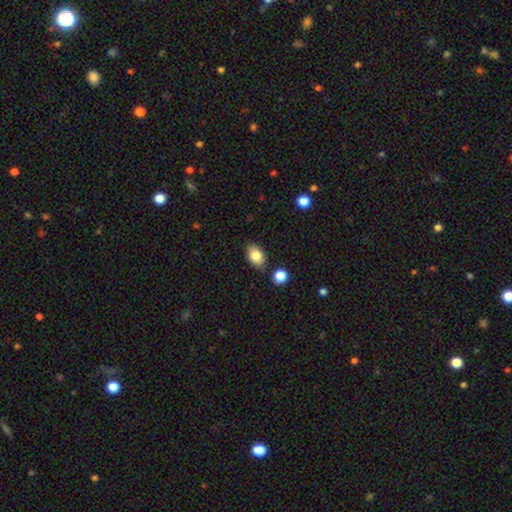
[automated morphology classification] This appears to be a smooth galaxy with no disk features (82%) that is in between round and cigar-shaped (85%). Merging: none (83%).